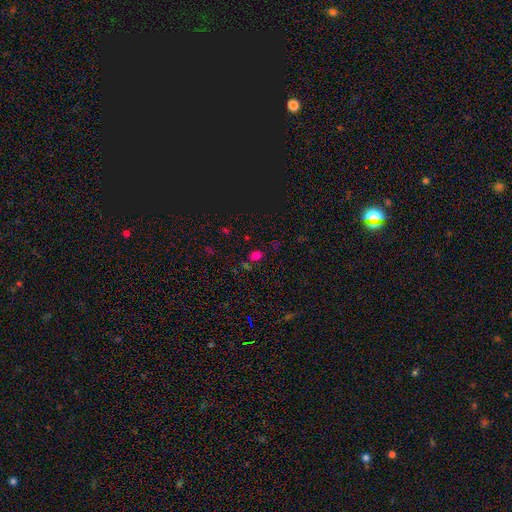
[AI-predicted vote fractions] smooth-or-featured: smooth: 64% | star or artifact: 30% | featured or disk: 6%
  how-rounded: in between: 64% | round: 34% | cigar-shaped: 2%
  merging: none: 74% | minor disturbance: 14% | merger: 7% | major disturbance: 5%